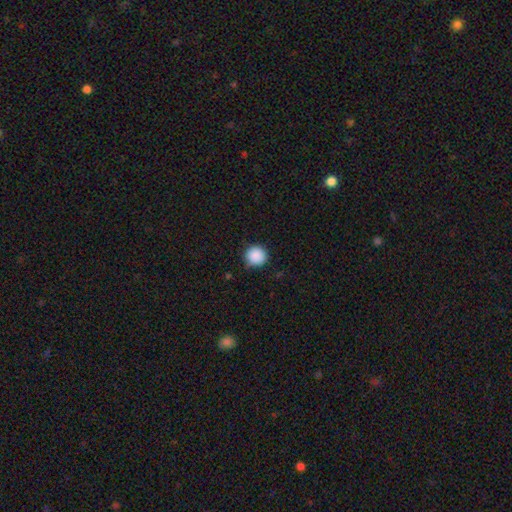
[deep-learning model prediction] A smooth galaxy with no disk features (89%) that is round (93%). Merging: none (85%).